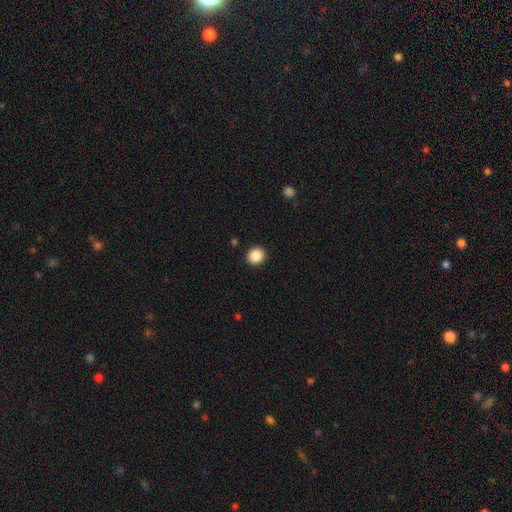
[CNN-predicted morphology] Smooth or featured? Predicted: smooth (p=0.88). How rounded? Predicted: round (p=0.82). Merging? Predicted: none (p=0.92).